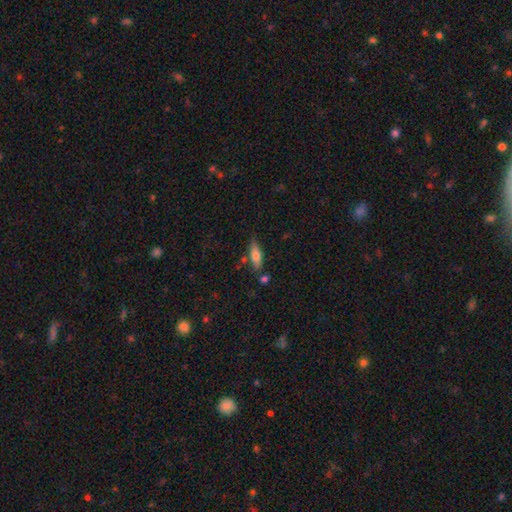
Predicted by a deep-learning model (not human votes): Smooth or featured: smooth — 69% (featured or disk — 24%)
How rounded: in between — 55% (cigar-shaped — 42%)
Merging: none — 72% (minor disturbance — 17%)